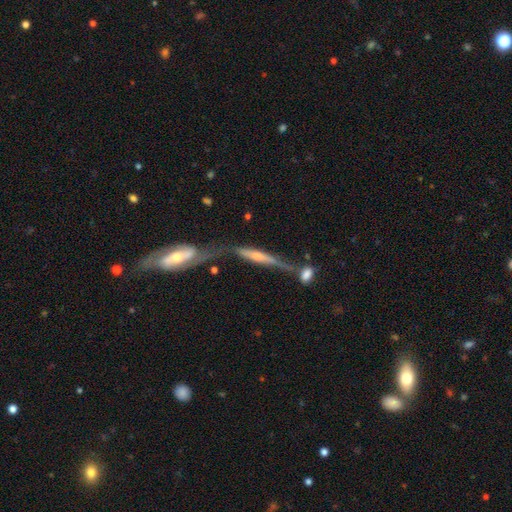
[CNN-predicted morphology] Smooth or featured?
  - featured or disk: 71% *
  - smooth: 22%
  - star or artifact: 7%
Edge-on disk?
  - yes: 81% *
  - no: 19%
Edge-on bulge?
  - rounded: 67% *
  - none: 17%
  - boxy: 16%
Merging?
  - merger: 44% *
  - none: 29%
  - minor disturbance: 16%
  - major disturbance: 12%